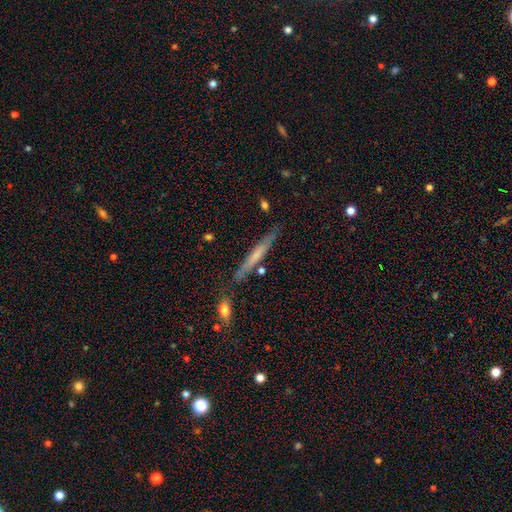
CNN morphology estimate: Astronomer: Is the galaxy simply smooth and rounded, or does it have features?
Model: smooth — 50% (runner-up: featured or disk, 43%).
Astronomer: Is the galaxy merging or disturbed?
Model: none — 81%.